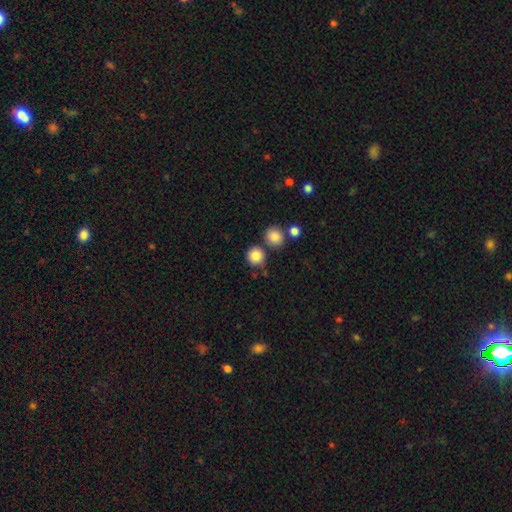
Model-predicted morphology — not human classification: smooth 85%, star or artifact 10%, featured or disk 6%. Down the decision tree: how rounded — round (91%); merging — none (74%).